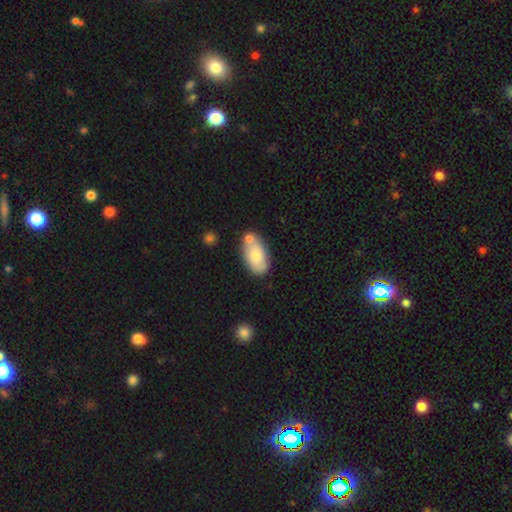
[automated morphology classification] A smooth galaxy with no disk features (71%) that is in between round and cigar-shaped (93%). Merging: none (56%).